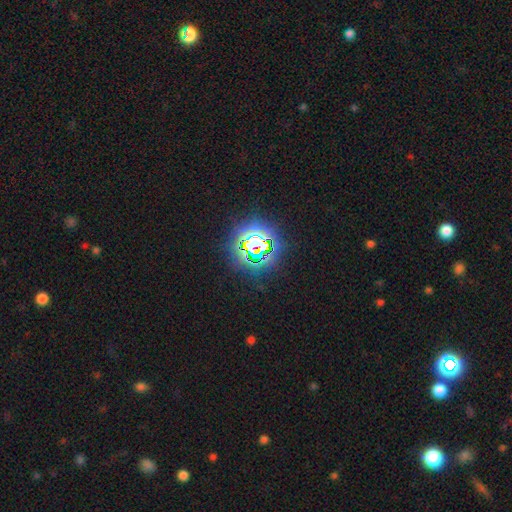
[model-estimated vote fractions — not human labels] smooth-or-featured: star or artifact: 78% | smooth: 13% | featured or disk: 9%